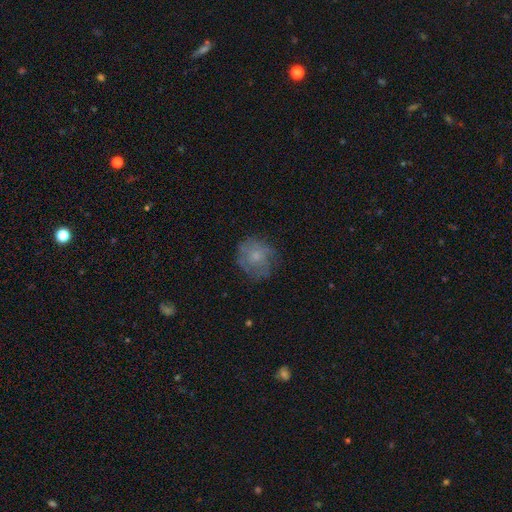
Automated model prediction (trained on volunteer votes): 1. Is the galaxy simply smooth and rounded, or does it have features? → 55% smooth, 35% featured or disk, 10% star or artifact.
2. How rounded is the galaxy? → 82% round, 17% in between, 1% cigar-shaped.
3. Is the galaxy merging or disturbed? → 67% none, 21% minor disturbance, 11% major disturbance, 1% merger.